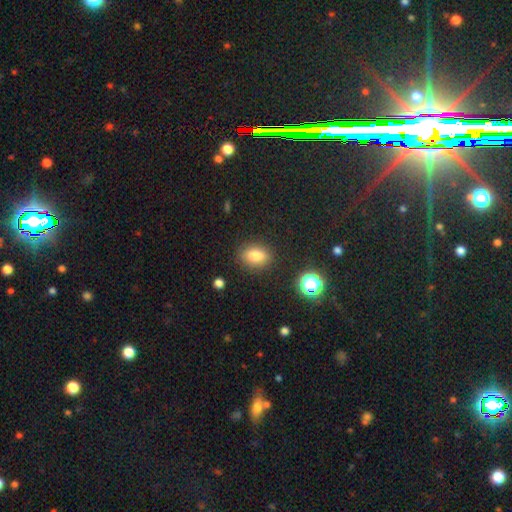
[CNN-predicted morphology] smooth_or_featured: smooth (p=0.80) [alt: star or artifact p=0.12]
how_rounded: in between (p=0.78) [alt: round p=0.19]
merging: none (p=0.86) [alt: minor disturbance p=0.10]